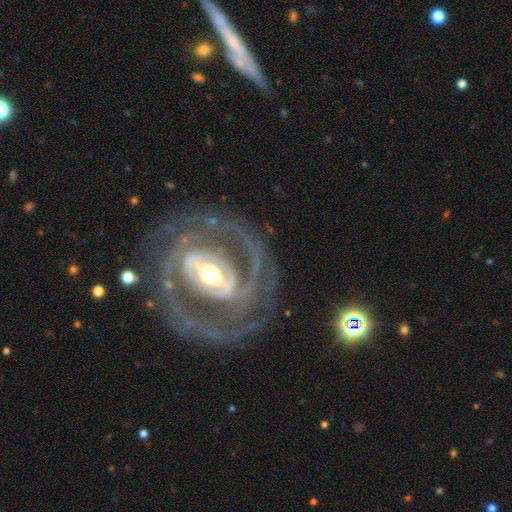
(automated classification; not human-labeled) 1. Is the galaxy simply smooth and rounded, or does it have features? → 90% featured or disk, 5% smooth, 5% star or artifact.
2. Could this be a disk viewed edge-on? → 96% no, 4% yes.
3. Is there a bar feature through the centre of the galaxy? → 59% strong, 28% weak, 13% no.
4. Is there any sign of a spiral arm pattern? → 93% yes, 7% no.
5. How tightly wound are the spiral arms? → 58% tight, 34% medium, 8% loose.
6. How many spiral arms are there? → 62% 2, 13% can't tell, 12% 3, 5% 4, 4% 1, 4% more than 4.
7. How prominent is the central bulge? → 58% moderate, 27% small, 12% large, 1% dominant, 1% none.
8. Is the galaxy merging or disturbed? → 76% none, 13% minor disturbance, 9% major disturbance, 2% merger.